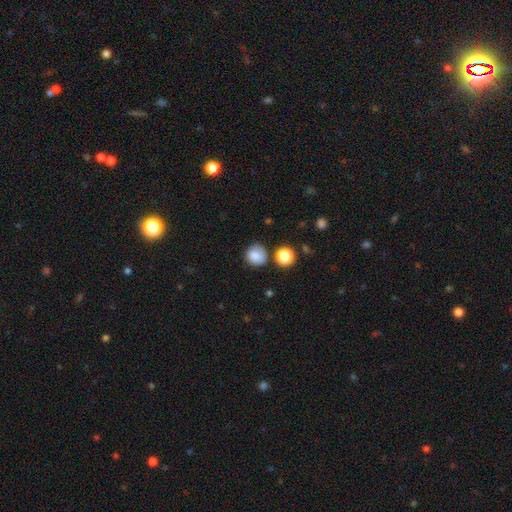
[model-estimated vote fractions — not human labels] Morphology: type=smooth (84%); roundness=round (85%); merging=none (74%).